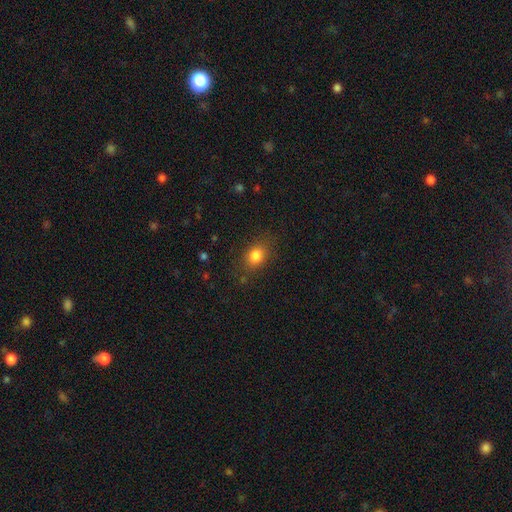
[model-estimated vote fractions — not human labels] Smooth or featured? smooth (82%)
How rounded? in between (60%)
Merging? none (81%)